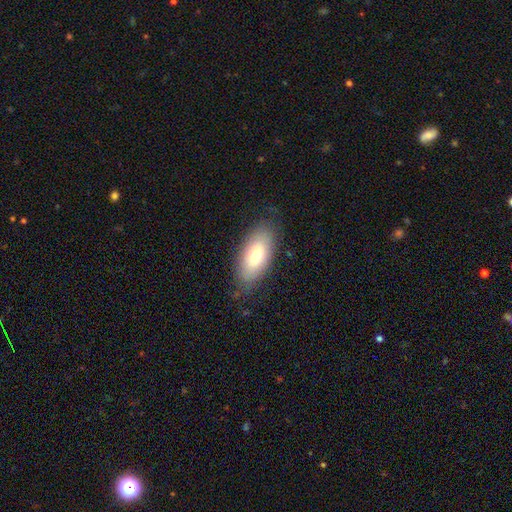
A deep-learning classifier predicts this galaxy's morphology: A smooth galaxy with no disk features (74%) that is in between round and cigar-shaped (89%).

Vote fractions:
- Smooth or featured? smooth: 74% / featured or disk: 19% / star or artifact: 7%
- How rounded? in between: 89% / cigar-shaped: 8% / round: 3%
- Merging? none: 81% / minor disturbance: 14% / major disturbance: 4% / merger: 1%